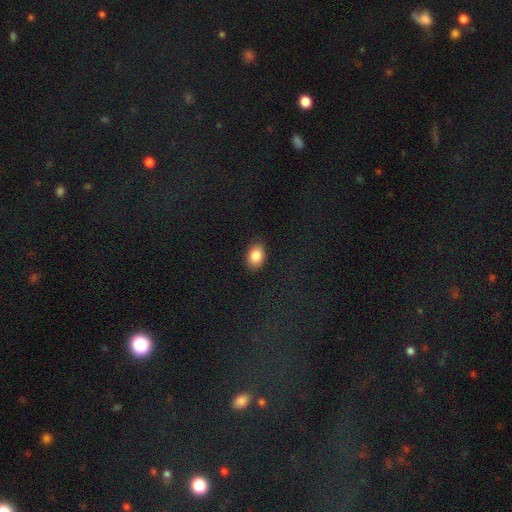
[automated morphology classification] A smooth galaxy with no disk features (85%) that is in between round and cigar-shaped (80%).

Vote fractions:
- Smooth or featured? smooth: 85% / star or artifact: 8% / featured or disk: 7%
- How rounded? in between: 80% / round: 19% / cigar-shaped: 1%
- Merging? none: 86% / minor disturbance: 10% / major disturbance: 2% / merger: 1%